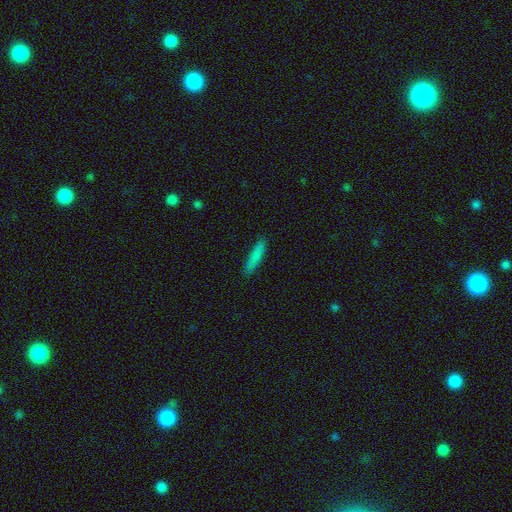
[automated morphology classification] smooth_or_featured: smooth (p=0.82) [alt: featured or disk p=0.11]
how_rounded: cigar-shaped (p=0.89) [alt: in between p=0.10]
merging: none (p=0.88) [alt: minor disturbance p=0.09]